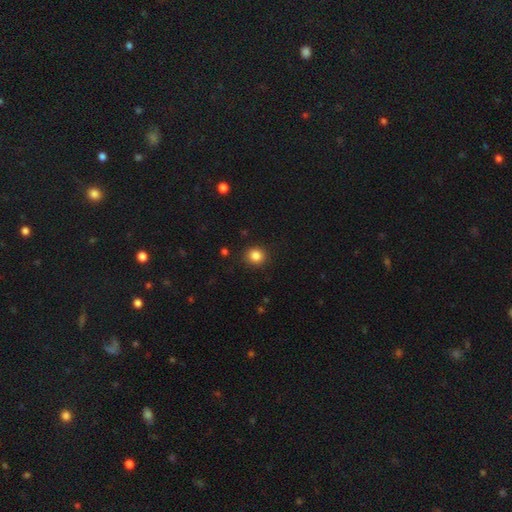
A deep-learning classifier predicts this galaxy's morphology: Smooth or featured? Predicted: smooth (p=0.85). How rounded? Predicted: round (p=0.88). Merging? Predicted: none (p=0.91).